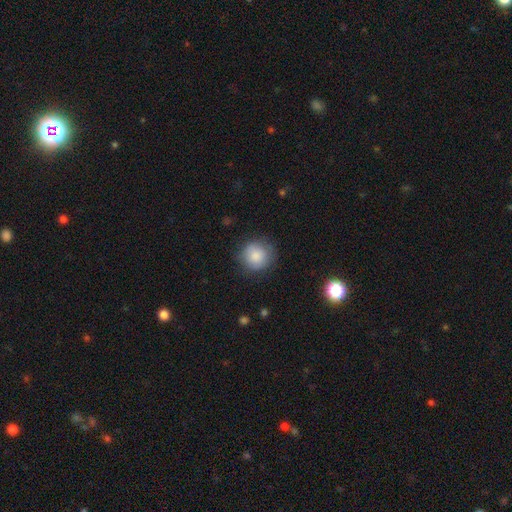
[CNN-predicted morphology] Q: Smooth or featured?
A: smooth (84%); runner-up: featured or disk (8%)
Q: How rounded?
A: round (91%); runner-up: in between (8%)
Q: Merging?
A: none (79%); runner-up: minor disturbance (15%)